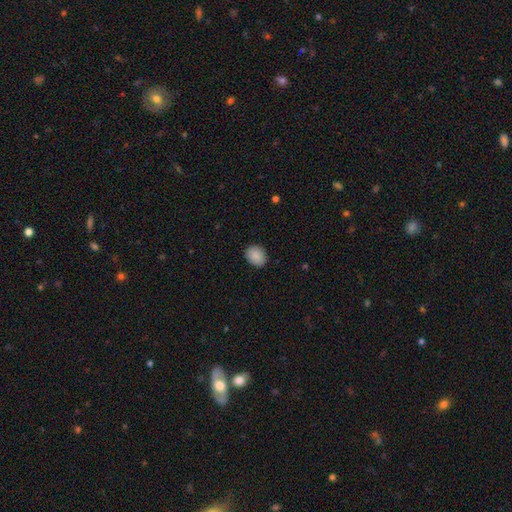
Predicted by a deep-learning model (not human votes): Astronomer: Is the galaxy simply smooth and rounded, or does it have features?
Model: smooth — 89%.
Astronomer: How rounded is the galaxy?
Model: in between — 52% (runner-up: round, 47%).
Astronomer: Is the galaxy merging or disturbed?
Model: none — 87%.